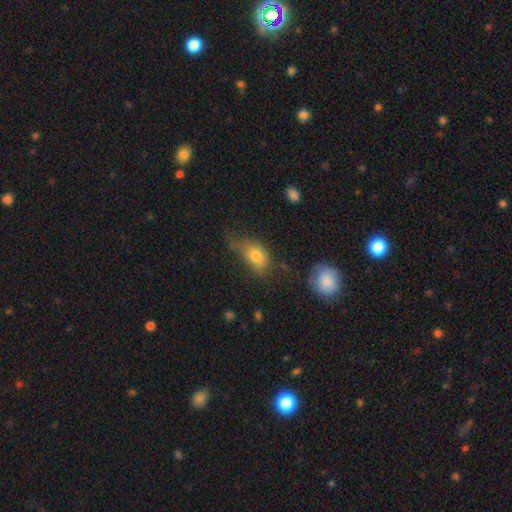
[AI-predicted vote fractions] A smooth galaxy with no disk features (76%) that is in between round and cigar-shaped (77%).

Vote fractions:
- Smooth or featured? smooth: 76% / featured or disk: 14% / star or artifact: 10%
- How rounded? in between: 77% / round: 19% / cigar-shaped: 4%
- Merging? minor disturbance: 36% / none: 31% / major disturbance: 28% / merger: 4%